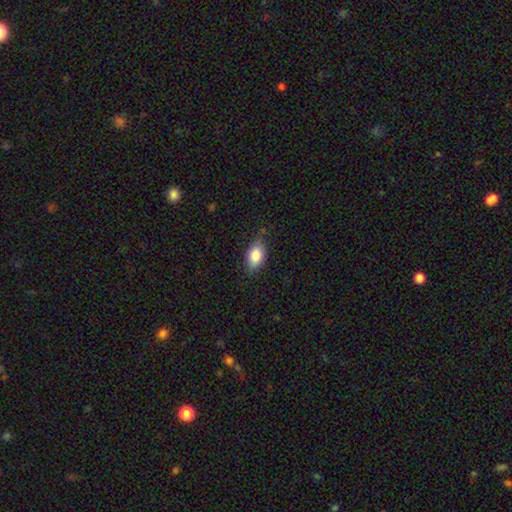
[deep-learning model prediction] The model was most divided on "merging": none: 79%, minor disturbance: 16%, major disturbance: 3%, merger: 1%. More confident: how rounded — in between (89%); smooth or featured — smooth (83%).